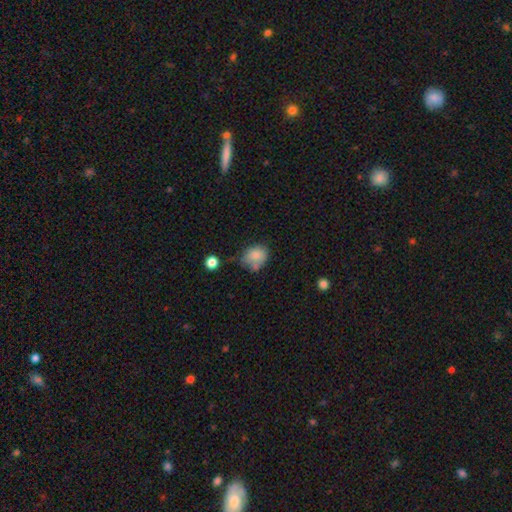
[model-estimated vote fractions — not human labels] Smooth or featured: smooth — 80% (featured or disk — 11%)
How rounded: in between — 50% (round — 49%)
Merging: none — 44% (minor disturbance — 31%)